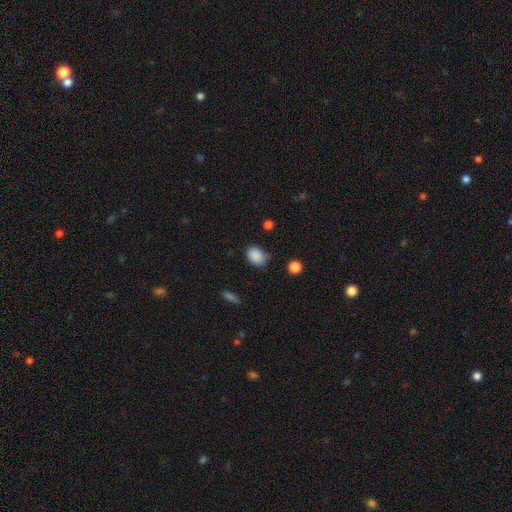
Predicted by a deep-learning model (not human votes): Smooth or featured? smooth (87%)
How rounded? in between (67%)
Merging? none (66%)